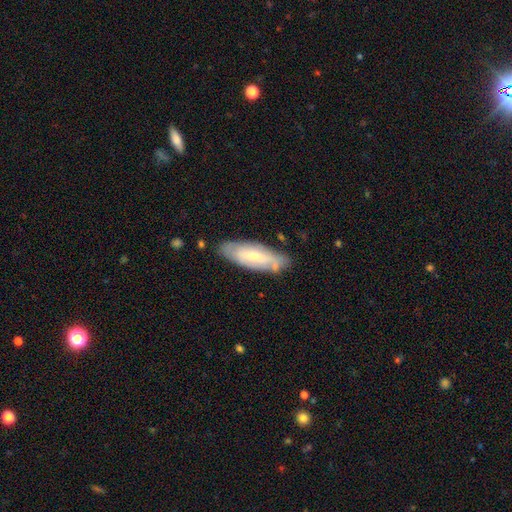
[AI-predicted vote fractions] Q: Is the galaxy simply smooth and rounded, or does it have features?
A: smooth — 48%.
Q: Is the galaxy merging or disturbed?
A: none — 75%.